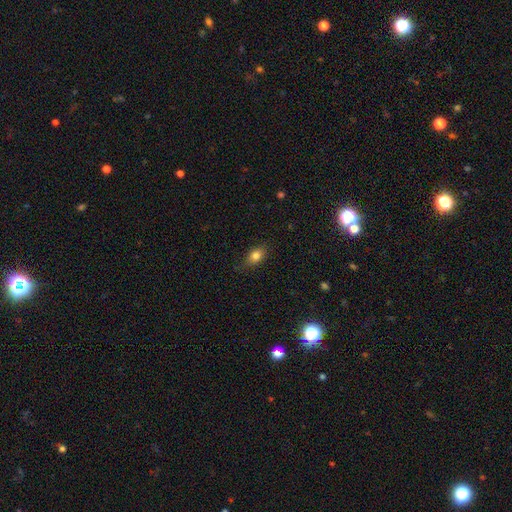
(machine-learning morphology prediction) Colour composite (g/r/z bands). It shows a smooth galaxy with no disk features (81%) that is in between round and cigar-shaped (77%). Merging: none (79%).